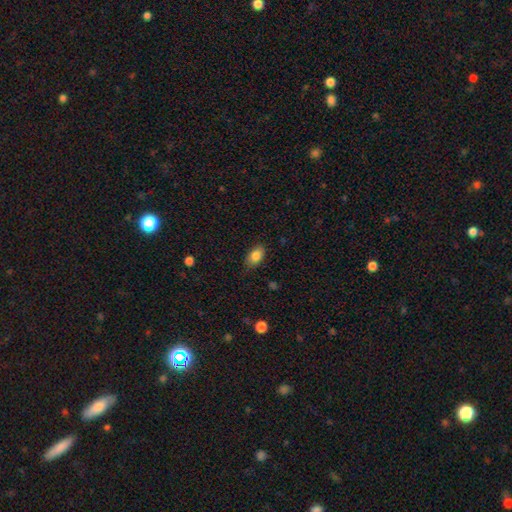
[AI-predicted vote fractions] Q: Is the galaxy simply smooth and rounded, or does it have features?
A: smooth — 84%.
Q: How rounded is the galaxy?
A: in between — 88%.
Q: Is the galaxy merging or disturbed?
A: none — 80%.